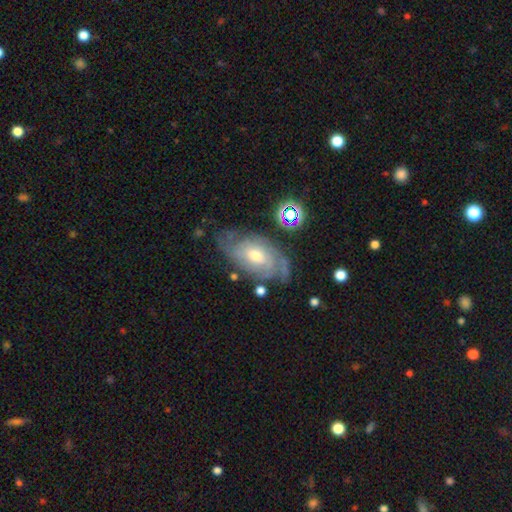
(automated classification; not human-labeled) Q: Smooth or featured?
A: featured or disk (80%); runner-up: smooth (13%)
Q: Edge-on disk?
A: no (94%); runner-up: yes (6%)
Q: Bar?
A: no (61%); runner-up: weak (33%)
Q: Spiral arms?
A: yes (92%); runner-up: no (8%)
Q: Spiral winding?
A: tight (65%); runner-up: medium (28%)
Q: Spiral arm count?
A: can't tell (46%); runner-up: 2 (23%)
Q: Bulge size?
A: moderate (63%); runner-up: small (31%)
Q: Merging?
A: none (66%); runner-up: minor disturbance (21%)